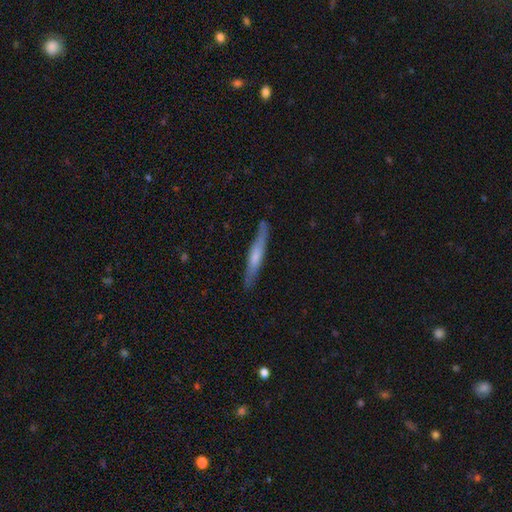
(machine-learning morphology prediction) smooth-or-featured: smooth: 50% | featured or disk: 45% | star or artifact: 5%
  merging: none: 83% | minor disturbance: 13% | major disturbance: 2% | merger: 2%